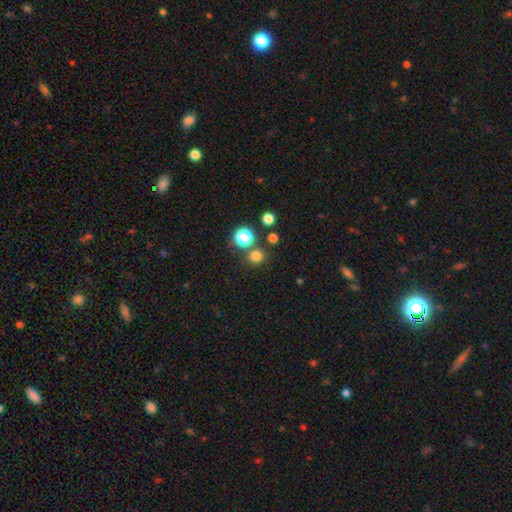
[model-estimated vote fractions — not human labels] Smooth or featured? Predicted: smooth (p=0.76). How rounded? Predicted: round (p=0.88). Merging? Predicted: none (p=0.77).